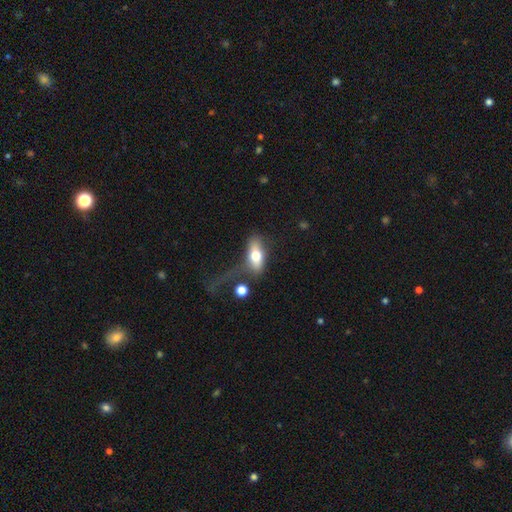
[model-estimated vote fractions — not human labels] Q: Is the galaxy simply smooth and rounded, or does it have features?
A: smooth — 65%.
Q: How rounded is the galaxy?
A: in between — 80%.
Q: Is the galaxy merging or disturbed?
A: none — 37%.